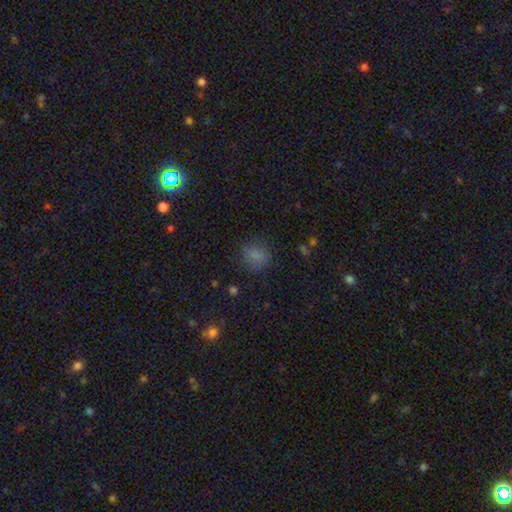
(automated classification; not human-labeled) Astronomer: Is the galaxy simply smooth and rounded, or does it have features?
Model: smooth — 77%.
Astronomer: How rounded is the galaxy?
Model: round — 77%.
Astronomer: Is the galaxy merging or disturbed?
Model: none — 76%.